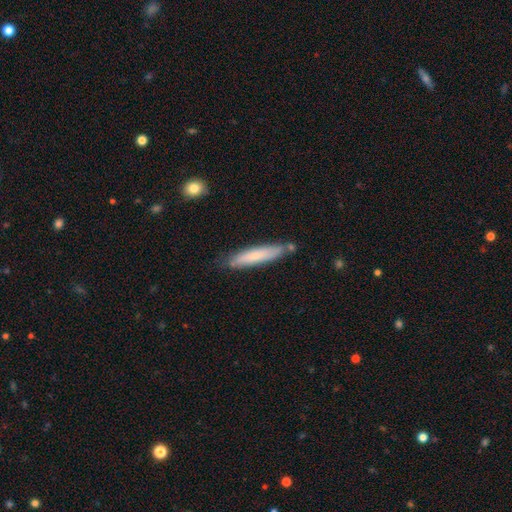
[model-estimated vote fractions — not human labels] smooth_or_featured: smooth (p=0.68) [alt: featured or disk p=0.26]
how_rounded: cigar-shaped (p=0.88) [alt: in between p=0.10]
merging: none (p=0.73) [alt: minor disturbance p=0.17]